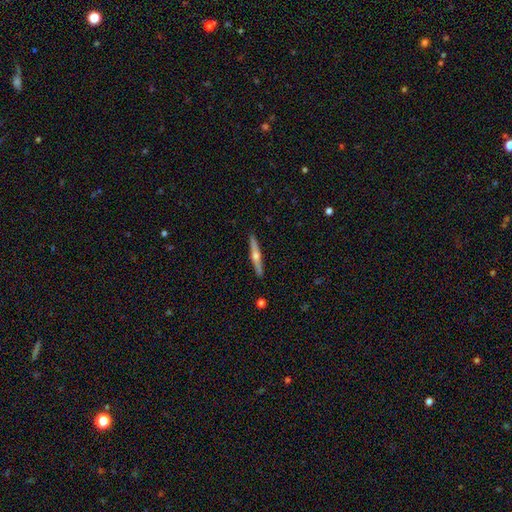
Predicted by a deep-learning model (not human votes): This is likely a featured or disk galaxy (70%). It is clearly viewed edge-on (98%). Edge-on bulge: clearly rounded (91%). Merging: clearly none (92%).